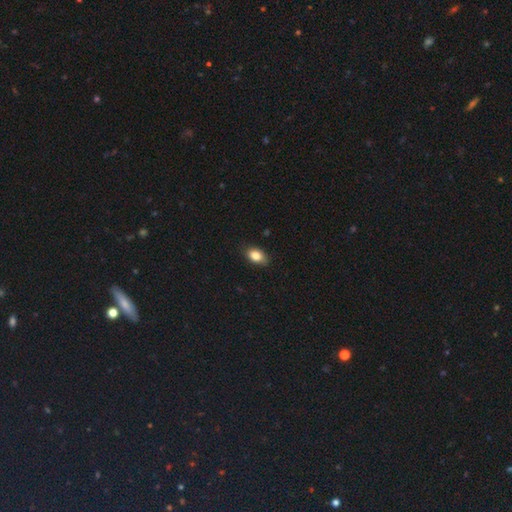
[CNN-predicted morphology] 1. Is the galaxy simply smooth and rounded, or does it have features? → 84% smooth, 8% star or artifact, 7% featured or disk.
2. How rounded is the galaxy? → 85% in between, 13% round, 2% cigar-shaped.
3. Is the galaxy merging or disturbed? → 84% none, 13% minor disturbance, 2% major disturbance, 1% merger.